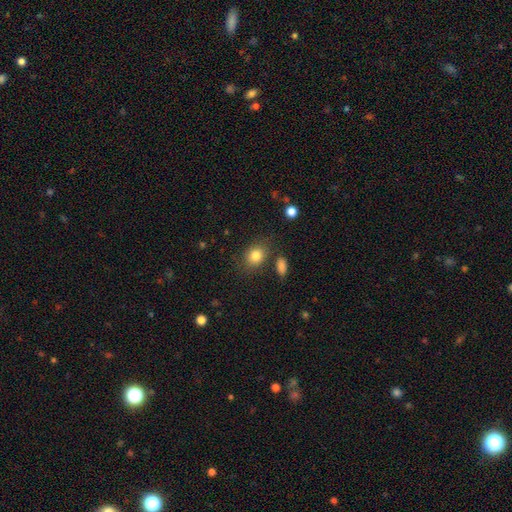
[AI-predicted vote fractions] Morphology: type=smooth (83%); roundness=in between (50%); merging=none (76%).